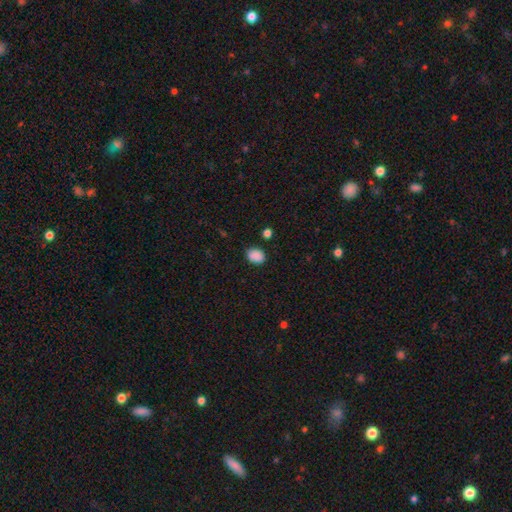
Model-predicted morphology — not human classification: smooth-or-featured: smooth: 87% | star or artifact: 9% | featured or disk: 4%
  how-rounded: in between: 60% | round: 39% | cigar-shaped: 1%
  merging: none: 82% | minor disturbance: 13% | major disturbance: 3% | merger: 2%